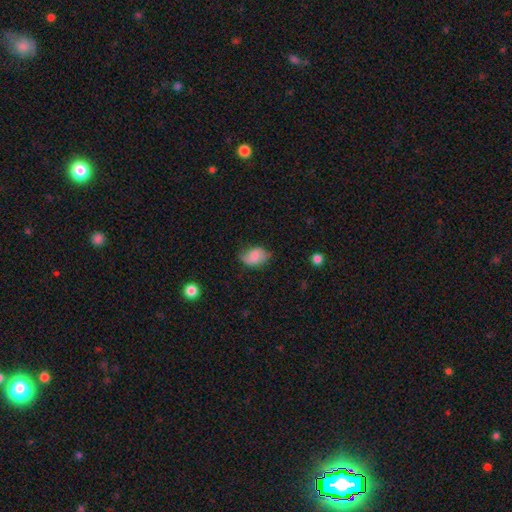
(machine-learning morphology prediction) smooth_or_featured: smooth (p=0.69) [alt: featured or disk p=0.23]
how_rounded: in between (p=0.80) [alt: round p=0.19]
merging: none (p=0.54) [alt: minor disturbance p=0.34]